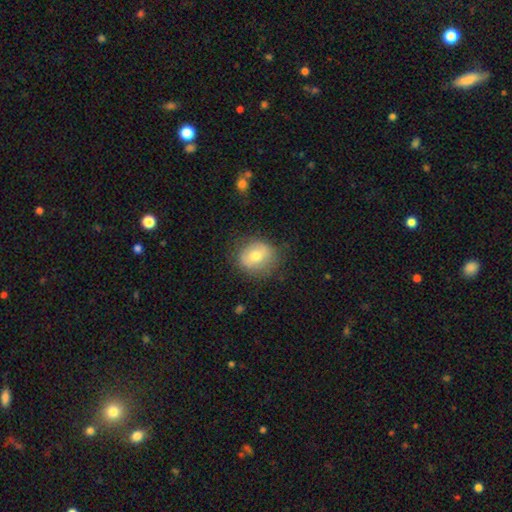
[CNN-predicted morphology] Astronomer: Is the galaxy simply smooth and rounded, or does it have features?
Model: smooth — 63%.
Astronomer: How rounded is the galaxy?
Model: round — 68%.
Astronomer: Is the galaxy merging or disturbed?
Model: none — 78%.